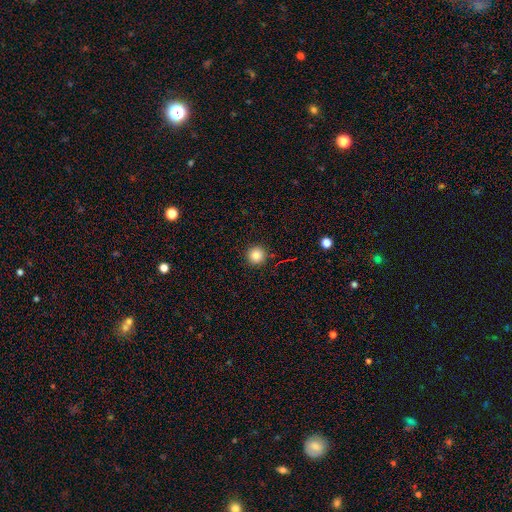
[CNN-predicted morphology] smooth 85%, star or artifact 11%, featured or disk 5%. Down the decision tree: how rounded — round (96%); merging — none (91%).